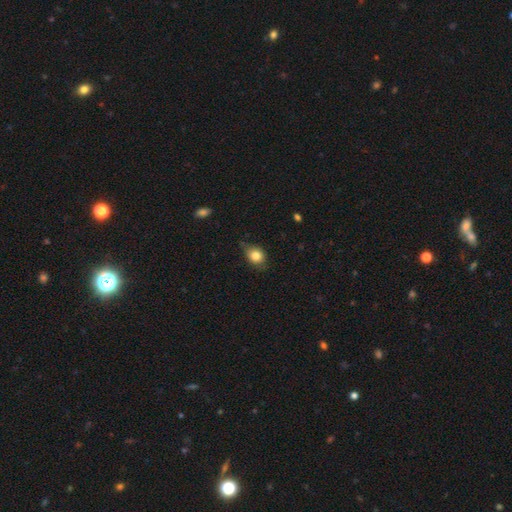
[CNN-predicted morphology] Overall: smooth (81%). How rounded: round (55%; in between 43%). Merging: none (63%; minor disturbance 30%).